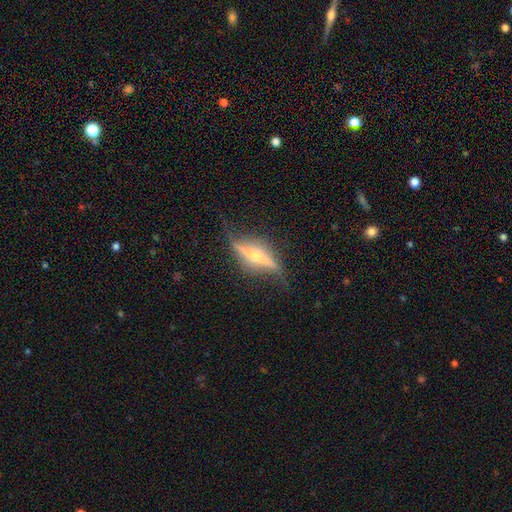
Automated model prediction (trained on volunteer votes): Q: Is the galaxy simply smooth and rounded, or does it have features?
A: featured or disk — 82%.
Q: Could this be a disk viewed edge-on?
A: yes — 73%.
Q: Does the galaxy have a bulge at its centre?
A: rounded — 88%.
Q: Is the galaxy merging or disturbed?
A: none — 68%.